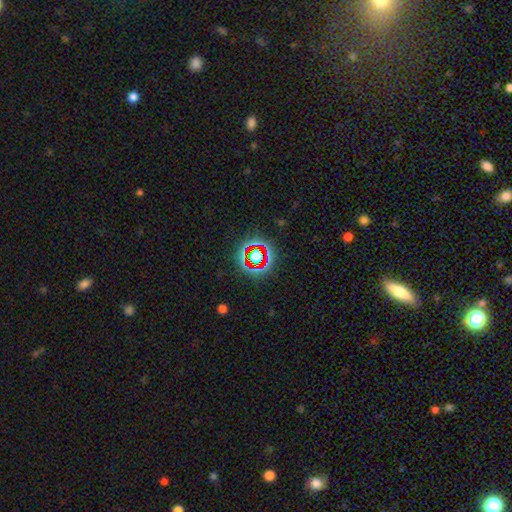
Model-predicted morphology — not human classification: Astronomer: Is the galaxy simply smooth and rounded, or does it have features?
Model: star or artifact — 69%.